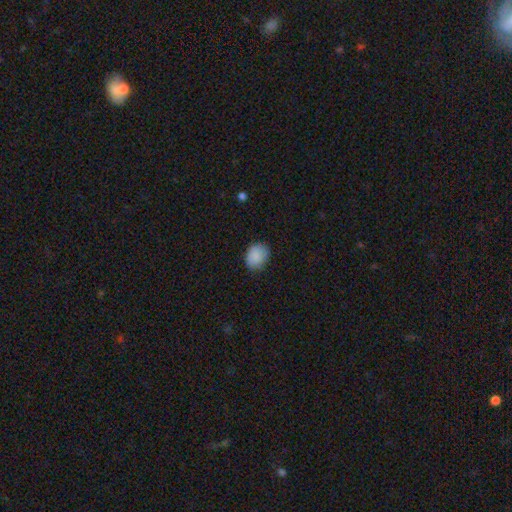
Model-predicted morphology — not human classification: Smooth or featured: smooth — 88% (star or artifact — 8%)
How rounded: round — 52% (in between — 48%)
Merging: none — 78% (minor disturbance — 17%)